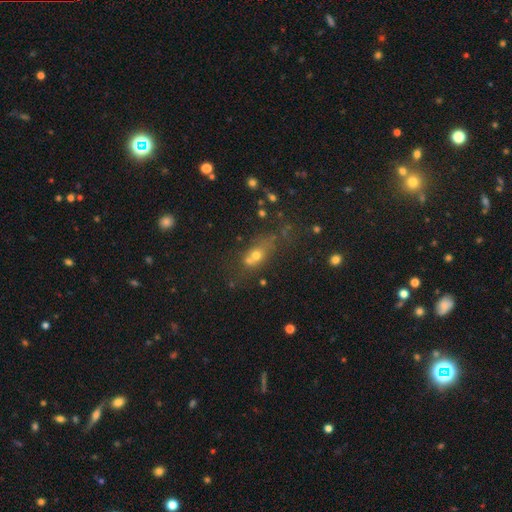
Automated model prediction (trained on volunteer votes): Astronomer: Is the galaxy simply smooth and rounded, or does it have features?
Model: smooth — 58%.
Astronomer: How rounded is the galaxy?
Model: in between — 48% (runner-up: round, 39%).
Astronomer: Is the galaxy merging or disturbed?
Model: none — 40% (runner-up: merger, 37%).